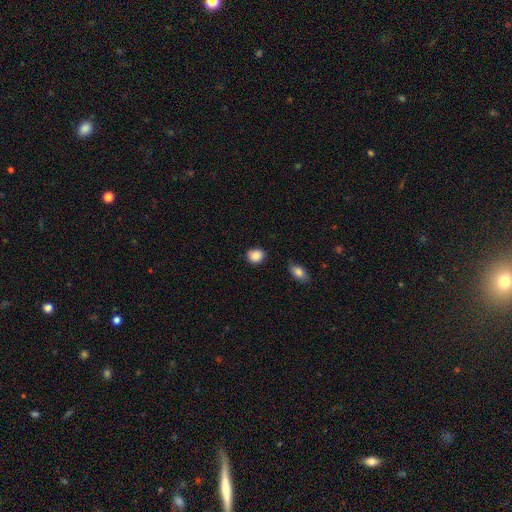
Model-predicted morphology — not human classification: This appears to be a smooth galaxy with no disk features (88%) that is round (66%). Merging: none (83%).